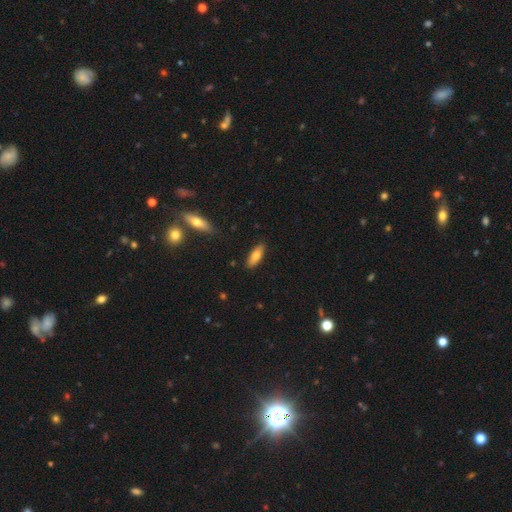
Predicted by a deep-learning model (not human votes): Smooth or featured? Predicted: smooth (p=0.76). How rounded? Predicted: in between (p=0.64). Merging? Predicted: none (p=0.85).